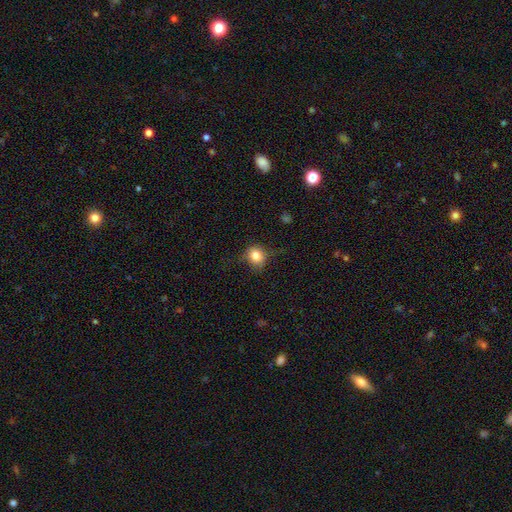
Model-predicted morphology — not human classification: Smooth or featured?
  - smooth: 81% *
  - star or artifact: 11%
  - featured or disk: 8%
How rounded?
  - round: 69% *
  - in between: 30%
  - cigar-shaped: 1%
Merging?
  - none: 72% *
  - minor disturbance: 20%
  - major disturbance: 7%
  - merger: 1%